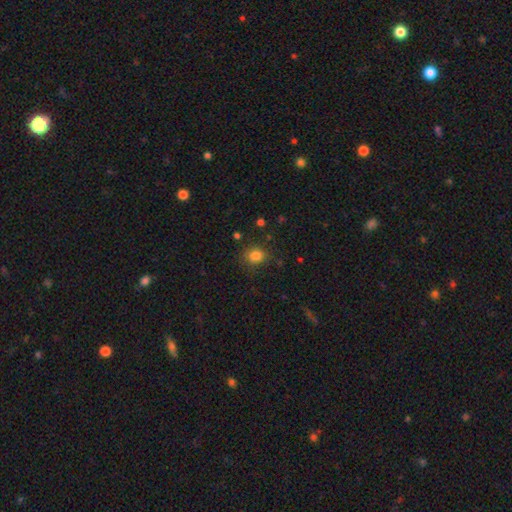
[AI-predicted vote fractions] smooth_or_featured: smooth (p=0.82) [alt: star or artifact p=0.12]
how_rounded: round (p=0.72) [alt: in between p=0.27]
merging: none (p=0.81) [alt: minor disturbance p=0.13]